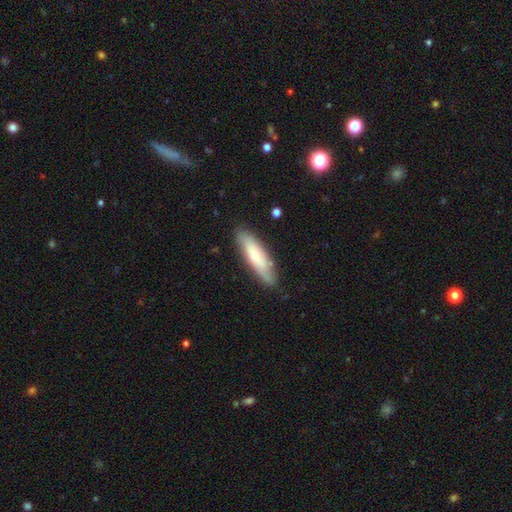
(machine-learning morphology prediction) The model was most divided on "how rounded": cigar-shaped: 60%, in between: 38%, round: 2%. More confident: merging — none (80%); smooth or featured — smooth (61%).